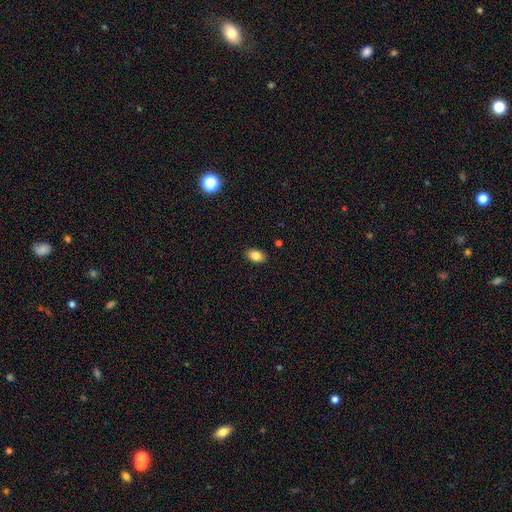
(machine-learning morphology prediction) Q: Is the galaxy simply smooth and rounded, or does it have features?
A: smooth — 84%.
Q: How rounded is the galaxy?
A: in between — 85%.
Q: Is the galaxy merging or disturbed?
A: none — 88%.